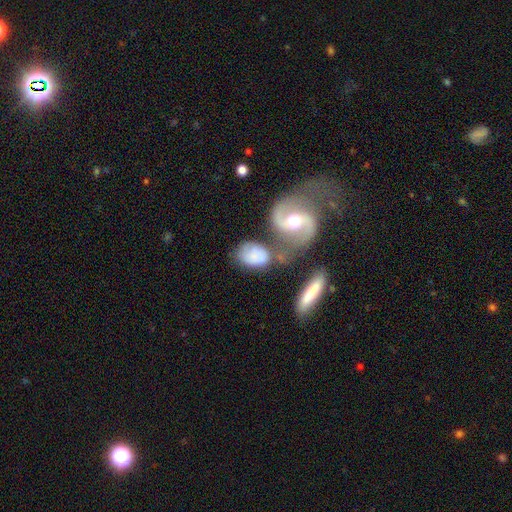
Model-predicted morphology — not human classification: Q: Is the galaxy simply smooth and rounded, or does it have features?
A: smooth — 56%.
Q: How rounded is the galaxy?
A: in between — 80%.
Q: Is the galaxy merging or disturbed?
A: none — 35%.